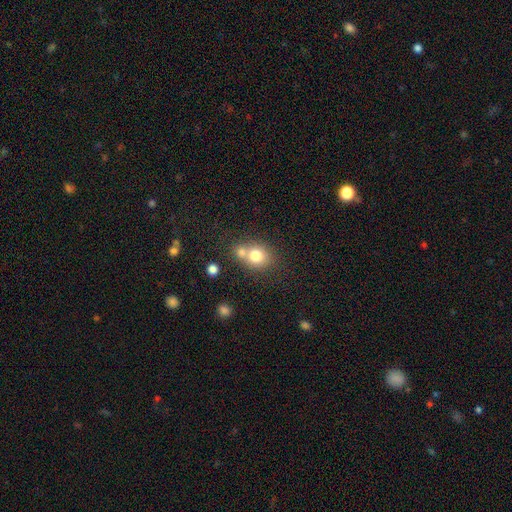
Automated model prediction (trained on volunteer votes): Smooth or featured? Predicted: smooth (p=0.75). How rounded? Predicted: round (p=0.70). Merging? Predicted: merger (p=0.47).